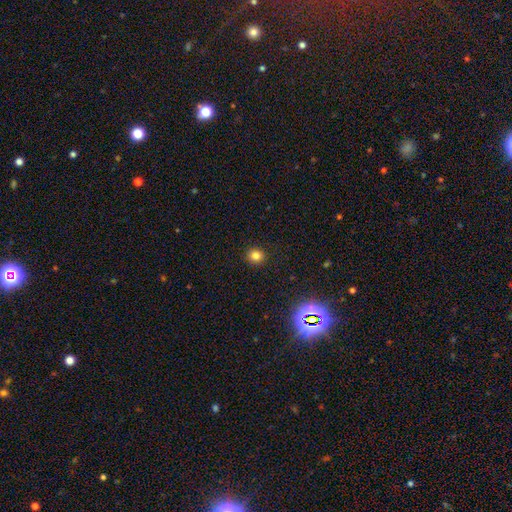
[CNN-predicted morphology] This is clearly a smooth galaxy (80%). How rounded: clearly round (85%). Merging: clearly none (91%).